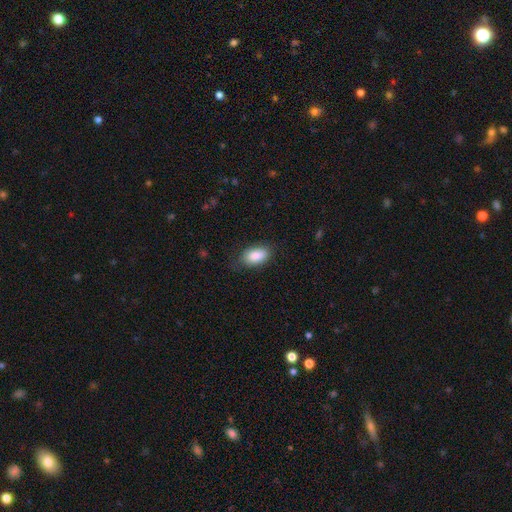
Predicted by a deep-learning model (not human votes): Overall: smooth (88%). How rounded: in between (93%). Merging: none (77%).